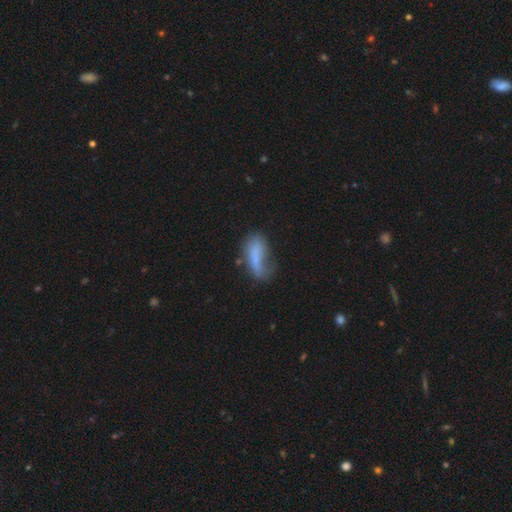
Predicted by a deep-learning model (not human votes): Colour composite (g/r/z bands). It shows a smooth galaxy with no disk features (64%) that is in between round and cigar-shaped (72%). Merging: none (35%).